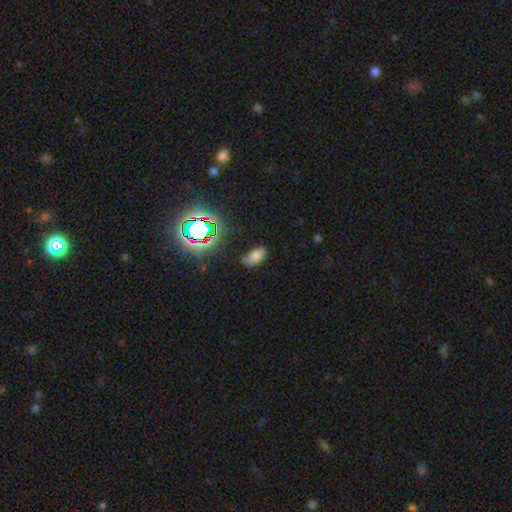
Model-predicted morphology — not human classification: smooth 67%, star or artifact 20%, featured or disk 13%. Down the decision tree: how rounded — in between (92%); merging — none (66%).